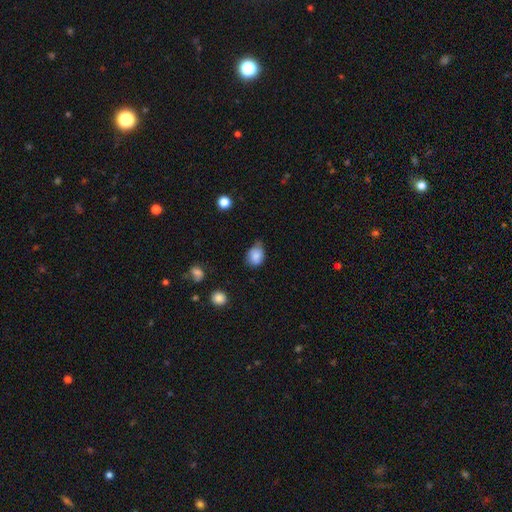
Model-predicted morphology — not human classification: Smooth or featured?
  - smooth: 84% *
  - star or artifact: 9%
  - featured or disk: 7%
How rounded?
  - in between: 58% *
  - round: 41%
  - cigar-shaped: 1%
Merging?
  - none: 49% *
  - minor disturbance: 41%
  - major disturbance: 7%
  - merger: 3%